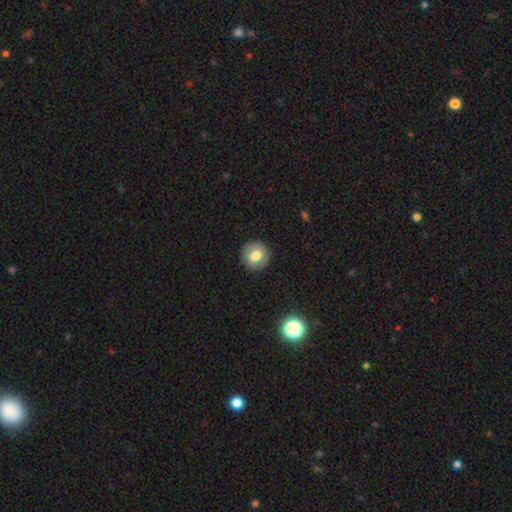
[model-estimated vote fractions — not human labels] Smooth or featured? Predicted: smooth (p=0.74). How rounded? Predicted: round (p=0.93). Merging? Predicted: none (p=0.90).